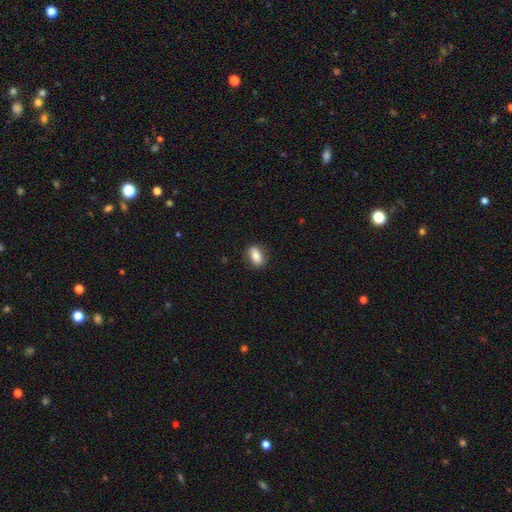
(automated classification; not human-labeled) Overall: smooth (78%). How rounded: in between (80%). Merging: none (85%).